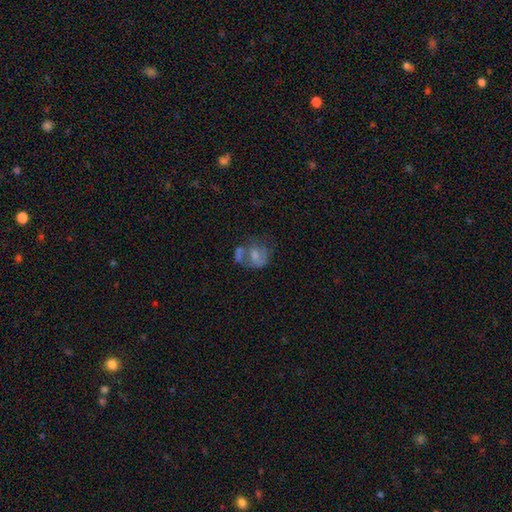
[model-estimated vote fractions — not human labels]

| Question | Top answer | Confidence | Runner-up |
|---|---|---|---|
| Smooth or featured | smooth | 48% | featured or disk (42%) |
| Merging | merger | 32% | none (27%) |